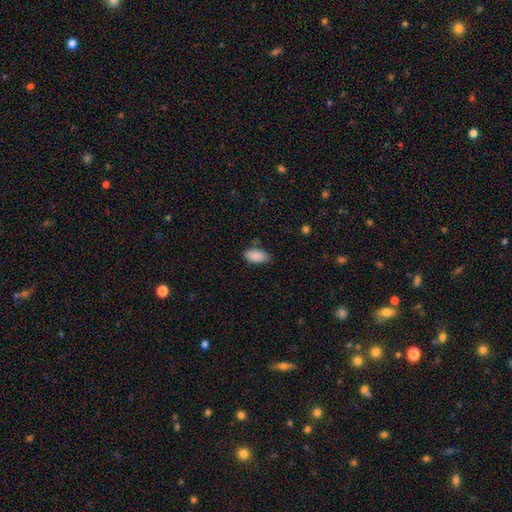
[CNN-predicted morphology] Smooth or featured? smooth (88%)
How rounded? in between (94%)
Merging? none (74%)